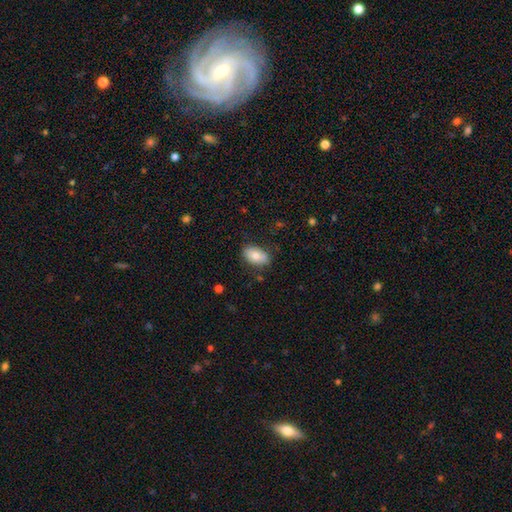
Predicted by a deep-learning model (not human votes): smooth 76%, featured or disk 17%, star or artifact 7%. Down the decision tree: how rounded — in between (91%); merging — none (81%).